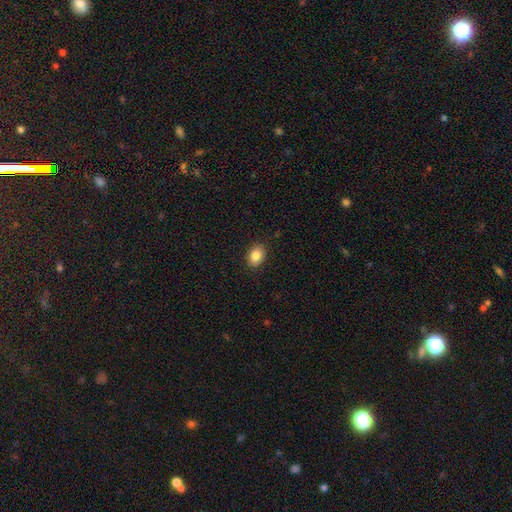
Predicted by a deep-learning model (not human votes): smooth 86%, star or artifact 8%, featured or disk 5%. Down the decision tree: how rounded — in between (77%); merging — none (88%).